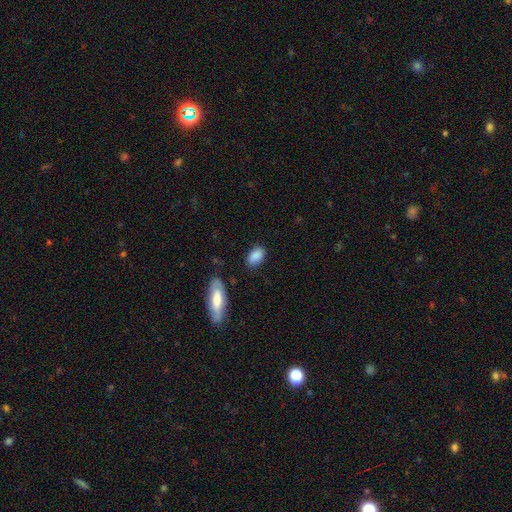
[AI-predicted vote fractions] Q: Smooth or featured?
A: smooth (87%); runner-up: star or artifact (7%)
Q: How rounded?
A: in between (90%); runner-up: round (7%)
Q: Merging?
A: none (79%); runner-up: minor disturbance (14%)